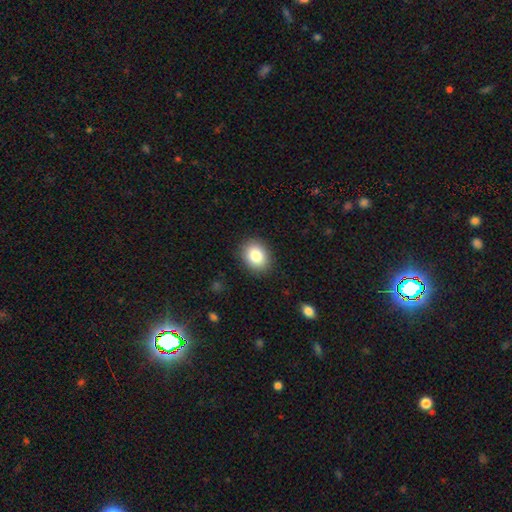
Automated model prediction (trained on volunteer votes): Q: Smooth or featured?
A: smooth (84%); runner-up: star or artifact (9%)
Q: How rounded?
A: round (55%); runner-up: in between (45%)
Q: Merging?
A: none (89%); runner-up: minor disturbance (7%)